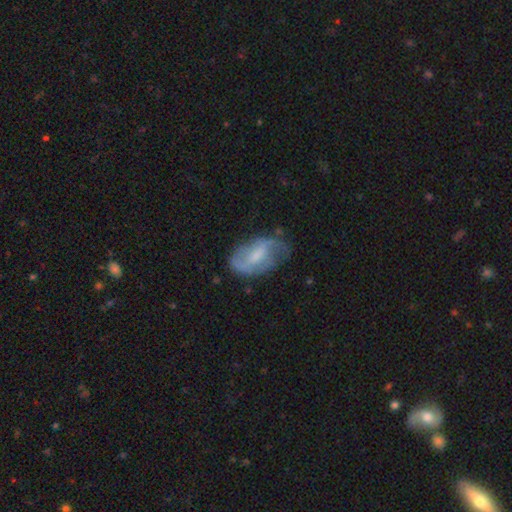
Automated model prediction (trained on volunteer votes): Smooth or featured: featured or disk — 59% (smooth — 34%)
Edge-on disk: no — 95% (yes — 5%)
Bar: weak — 53% (no — 26%)
Spiral arms: yes — 74% (no — 26%)
Bulge size: moderate — 38% (small — 33%)
Merging: none — 53% (minor disturbance — 29%)